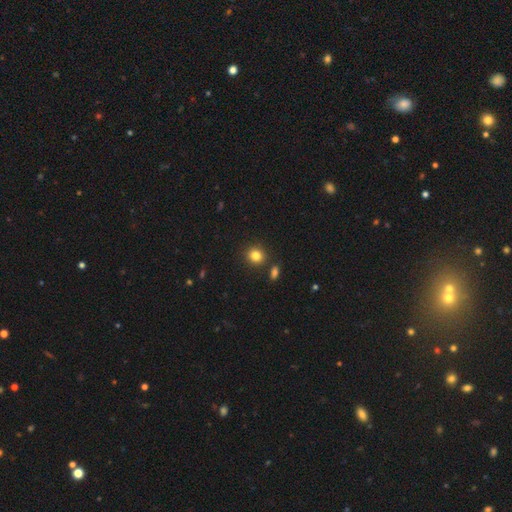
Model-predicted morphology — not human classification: smooth_or_featured: smooth (p=0.83) [alt: star or artifact p=0.12]
how_rounded: round (p=0.83) [alt: in between p=0.16]
merging: none (p=0.85) [alt: minor disturbance p=0.07]